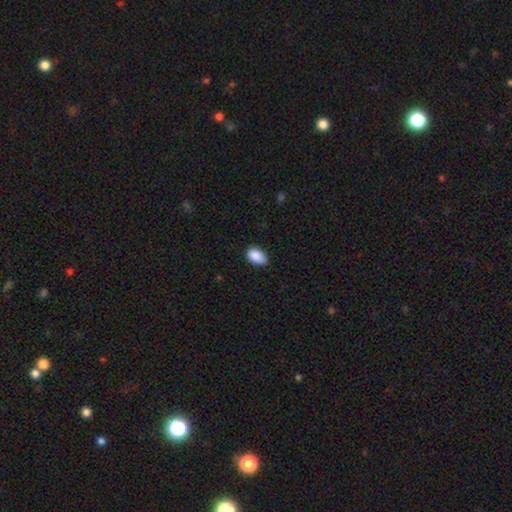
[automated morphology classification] A smooth galaxy with no disk features (89%) that is in between round and cigar-shaped (91%). Merging: none (65%).